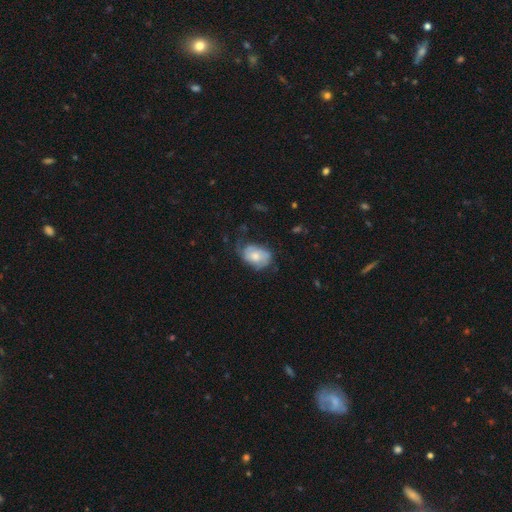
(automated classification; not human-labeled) Smooth or featured?
  - smooth: 52% *
  - featured or disk: 41%
  - star or artifact: 7%
How rounded?
  - in between: 75% *
  - round: 24%
  - cigar-shaped: 1%
Merging?
  - none: 43% *
  - minor disturbance: 34%
  - major disturbance: 21%
  - merger: 2%